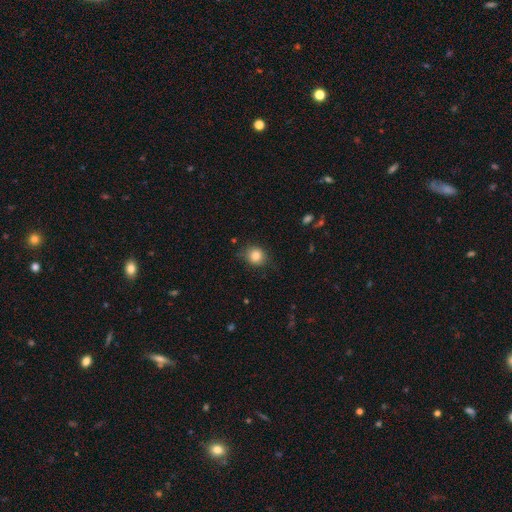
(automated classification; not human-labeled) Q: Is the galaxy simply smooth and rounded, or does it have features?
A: smooth — 83%.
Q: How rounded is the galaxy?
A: round — 81%.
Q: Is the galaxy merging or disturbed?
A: none — 78%.